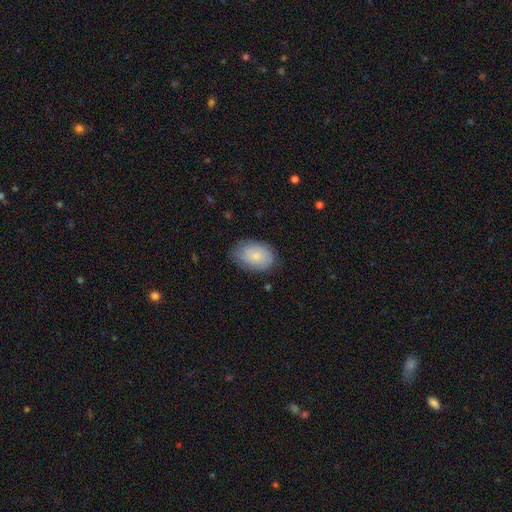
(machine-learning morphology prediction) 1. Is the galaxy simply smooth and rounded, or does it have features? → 72% smooth, 21% featured or disk, 7% star or artifact.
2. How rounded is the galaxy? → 83% in between, 16% round, 1% cigar-shaped.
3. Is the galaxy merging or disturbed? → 71% none, 23% minor disturbance, 5% major disturbance, 1% merger.